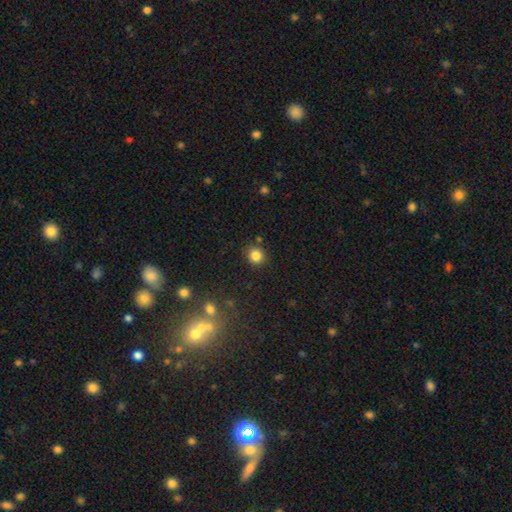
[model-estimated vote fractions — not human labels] This is clearly a smooth galaxy (84%). How rounded: clearly round (82%). Merging: clearly none (86%).